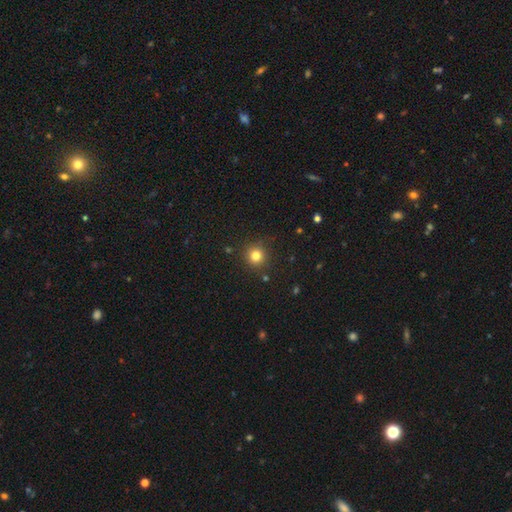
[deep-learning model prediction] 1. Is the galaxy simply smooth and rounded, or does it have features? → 81% smooth, 14% star or artifact, 6% featured or disk.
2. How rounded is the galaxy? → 94% round, 5% in between, 1% cigar-shaped.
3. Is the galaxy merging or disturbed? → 89% none, 7% minor disturbance, 2% major disturbance, 2% merger.